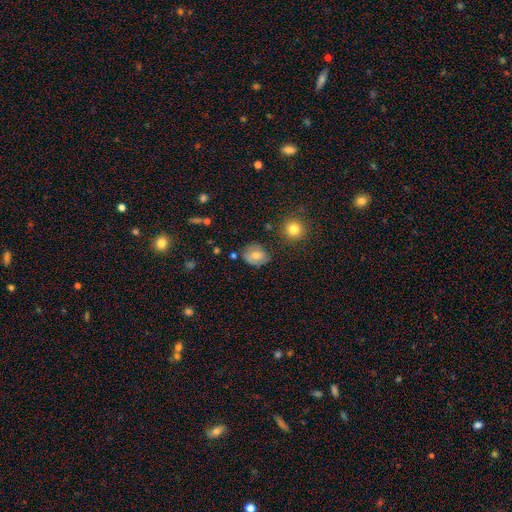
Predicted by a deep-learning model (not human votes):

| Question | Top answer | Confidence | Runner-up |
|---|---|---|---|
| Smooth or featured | smooth | 66% | featured or disk (24%) |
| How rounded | round | 54% | in between (45%) |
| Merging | none | 66% | minor disturbance (24%) |